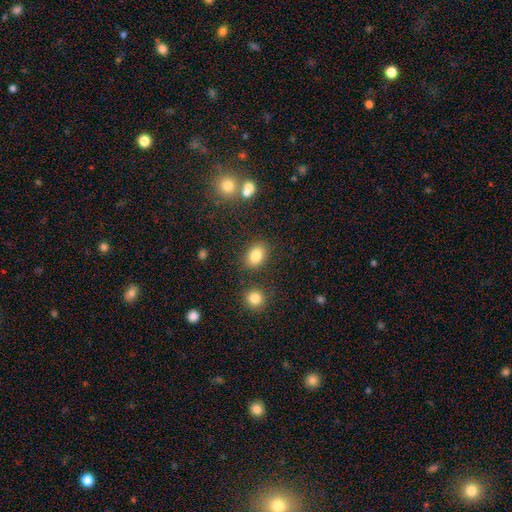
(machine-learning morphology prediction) The model was most divided on "how rounded": in between: 75%, round: 23%, cigar-shaped: 1%. More confident: smooth or featured — smooth (83%); merging — none (82%).